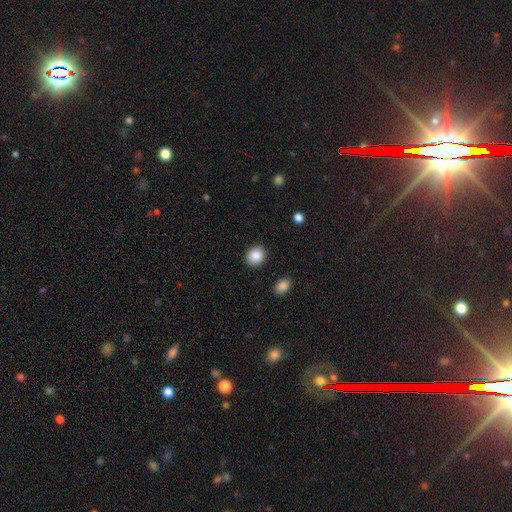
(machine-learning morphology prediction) Smooth or featured: smooth — 87% (star or artifact — 8%)
How rounded: round — 74% (in between — 25%)
Merging: none — 90% (minor disturbance — 6%)